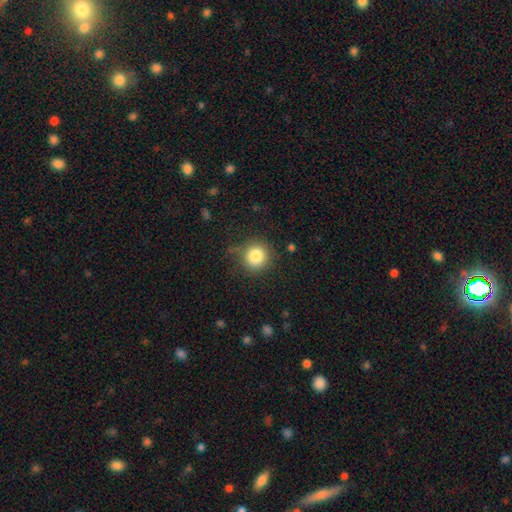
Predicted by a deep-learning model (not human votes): smooth-or-featured: smooth: 83% | star or artifact: 11% | featured or disk: 7%
  how-rounded: round: 91% | in between: 8% | cigar-shaped: 1%
  merging: none: 77% | minor disturbance: 15% | major disturbance: 5% | merger: 2%